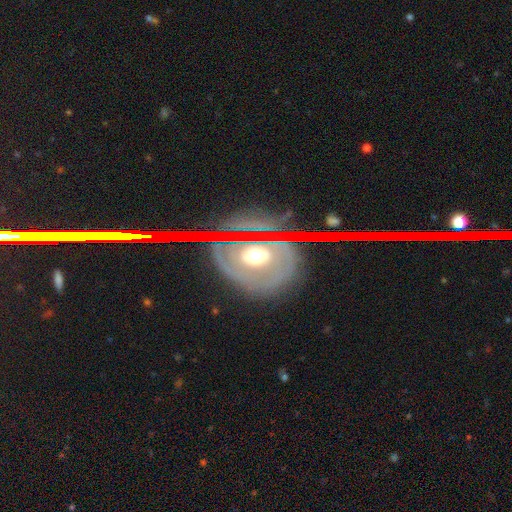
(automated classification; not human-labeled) A featured or disk galaxy (57%) with no bar (65%), no spiral arms (62%) and a moderate central bulge (72%). Merging: none (75%).